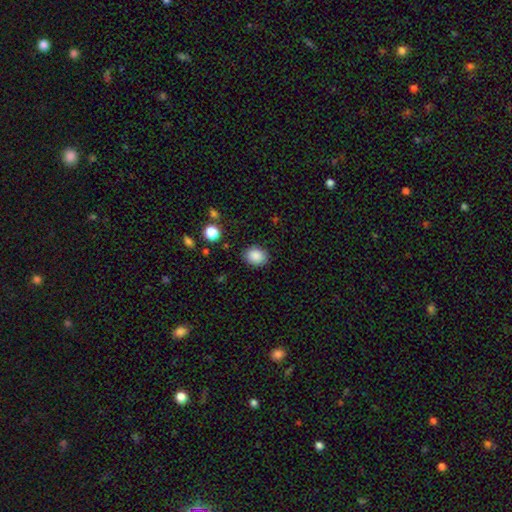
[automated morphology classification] smooth 87%, star or artifact 9%, featured or disk 4%. Down the decision tree: how rounded — in between (52%); merging — none (86%).